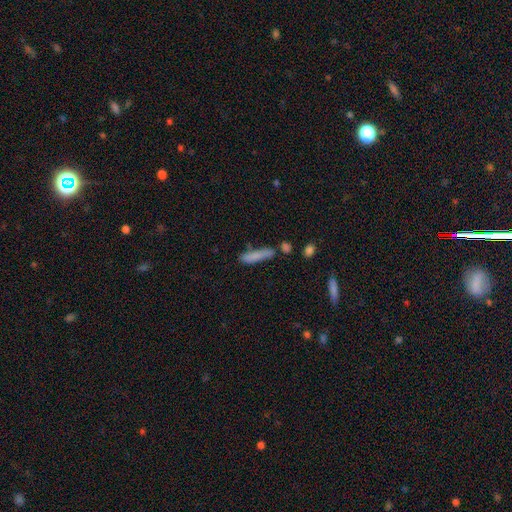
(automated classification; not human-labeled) This is likely a smooth galaxy (78%). How rounded: clearly cigar-shaped (85%). Merging: likely none (63%).